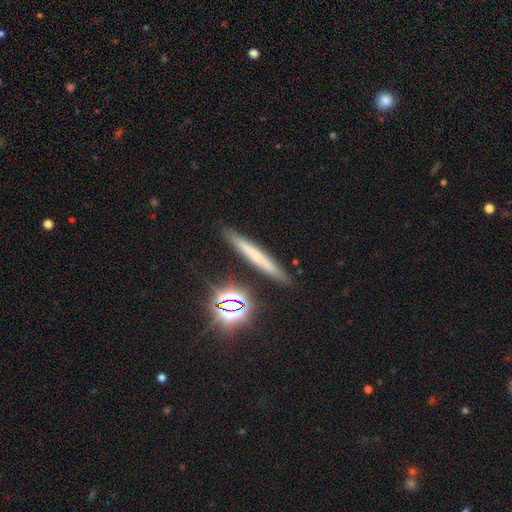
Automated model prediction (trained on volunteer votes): Q: Smooth or featured?
A: smooth (52%); runner-up: featured or disk (30%)
Q: How rounded?
A: cigar-shaped (93%); runner-up: in between (4%)
Q: Merging?
A: none (89%); runner-up: minor disturbance (7%)